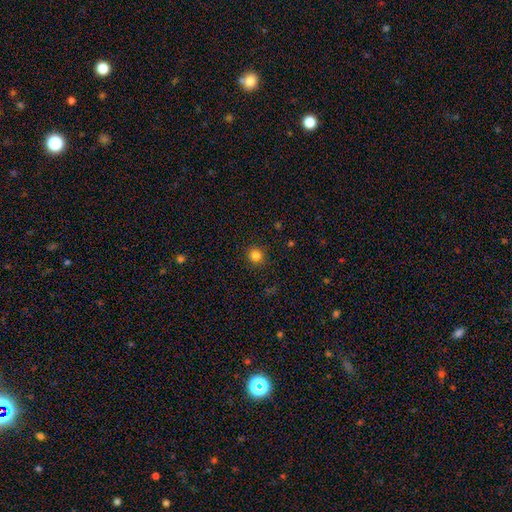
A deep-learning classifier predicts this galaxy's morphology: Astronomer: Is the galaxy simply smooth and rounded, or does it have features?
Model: smooth — 82%.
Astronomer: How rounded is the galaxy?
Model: round — 87%.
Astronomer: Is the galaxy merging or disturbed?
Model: none — 87%.